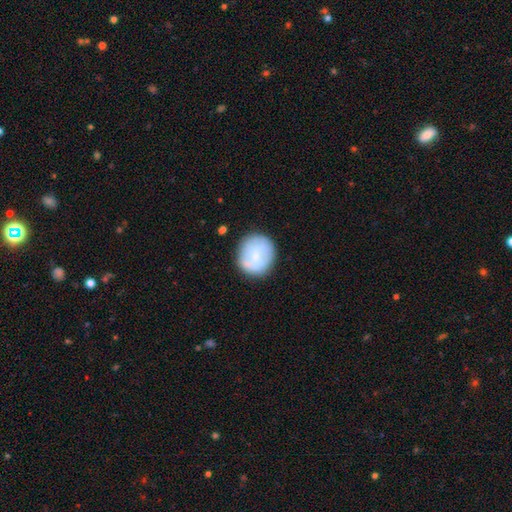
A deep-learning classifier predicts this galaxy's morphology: Overall: smooth (67%). How rounded: round (86%). Merging: none (81%).